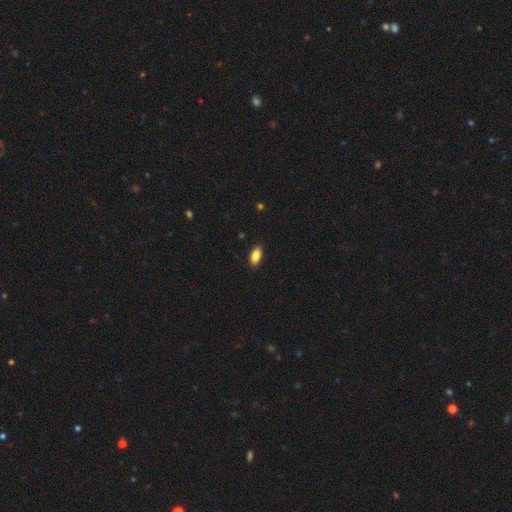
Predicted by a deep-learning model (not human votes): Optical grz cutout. It shows a smooth galaxy with no disk features (84%) that is in between round and cigar-shaped (88%). Merging: none (88%).